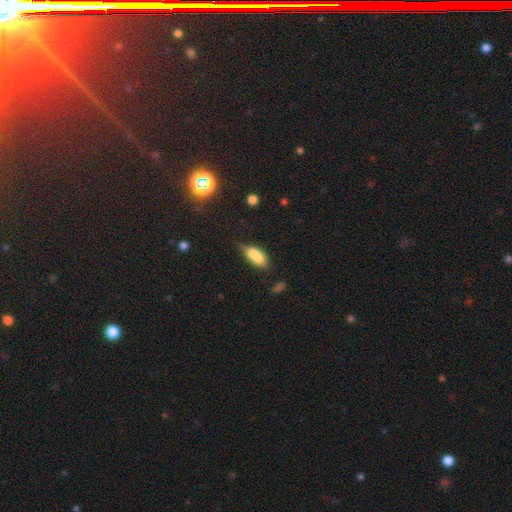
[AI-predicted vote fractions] Smooth or featured: smooth — 76% (featured or disk — 15%)
How rounded: in between — 80% (cigar-shaped — 16%)
Merging: none — 38% (minor disturbance — 27%)